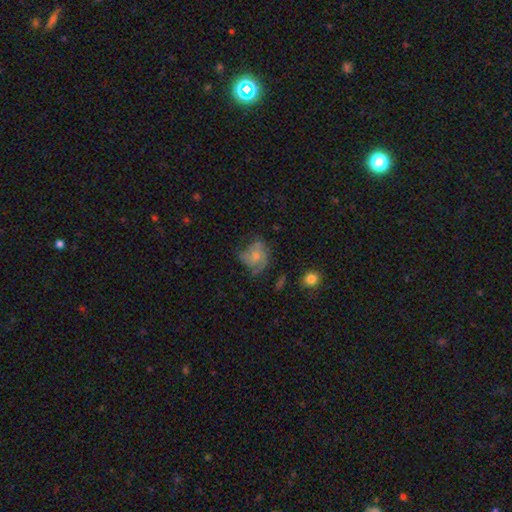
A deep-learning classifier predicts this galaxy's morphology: A featured or disk galaxy (54%) with no bar (80%), spiral arms (75%) and a small central bulge (54%). Merging: none (42%).